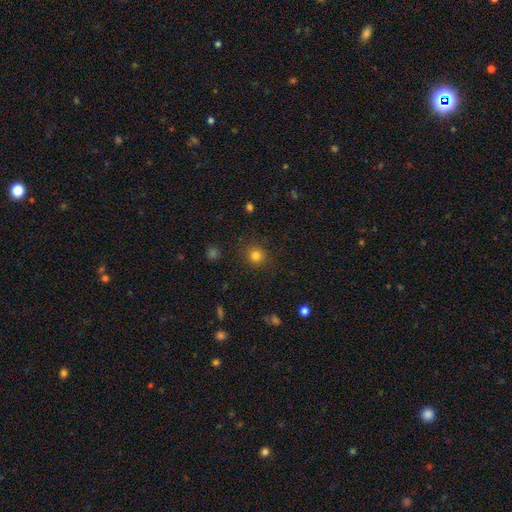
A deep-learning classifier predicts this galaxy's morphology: smooth-or-featured: smooth: 81% | star or artifact: 14% | featured or disk: 5%
  how-rounded: round: 90% | in between: 9% | cigar-shaped: 1%
  merging: none: 88% | minor disturbance: 8% | major disturbance: 3% | merger: 1%